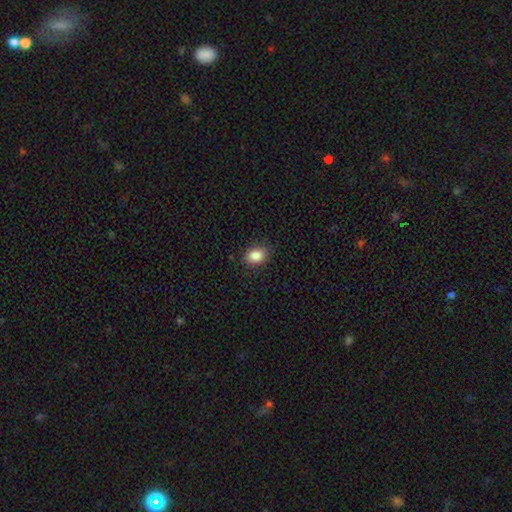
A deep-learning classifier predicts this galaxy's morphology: smooth_or_featured: smooth (p=0.86) [alt: star or artifact p=0.09]
how_rounded: in between (p=0.73) [alt: round p=0.26]
merging: none (p=0.88) [alt: minor disturbance p=0.09]